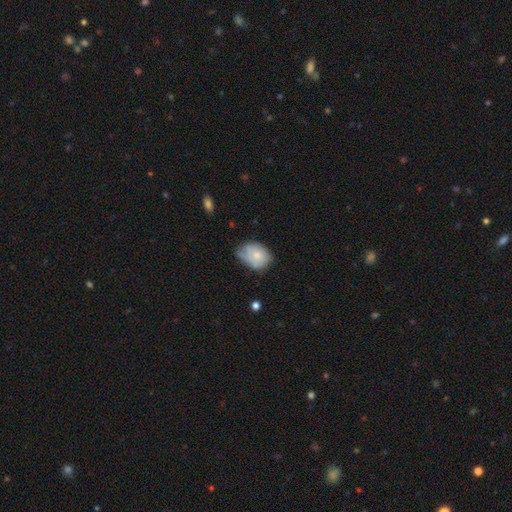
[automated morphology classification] Smooth or featured? smooth (71%)
How rounded? in between (68%)
Merging? none (43%)